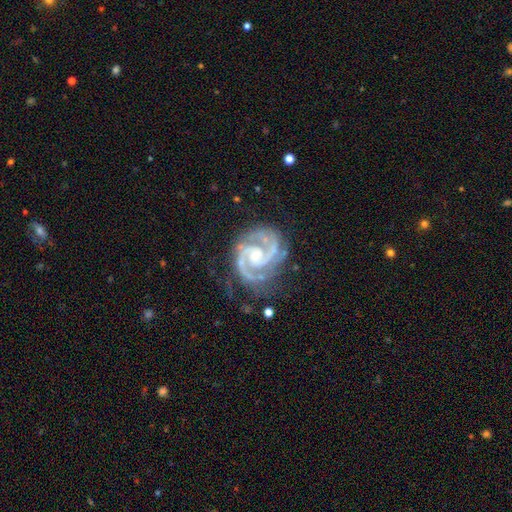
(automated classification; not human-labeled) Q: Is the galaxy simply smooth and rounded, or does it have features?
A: featured or disk — 94%.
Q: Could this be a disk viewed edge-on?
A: no — 98%.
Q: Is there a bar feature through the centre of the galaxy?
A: no — 49%.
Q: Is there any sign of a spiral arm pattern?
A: yes — 99%.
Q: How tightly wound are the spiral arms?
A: tight — 55%.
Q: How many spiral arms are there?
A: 2 — 79%.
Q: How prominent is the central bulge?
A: small — 53%.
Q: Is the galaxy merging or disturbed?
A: none — 70%.